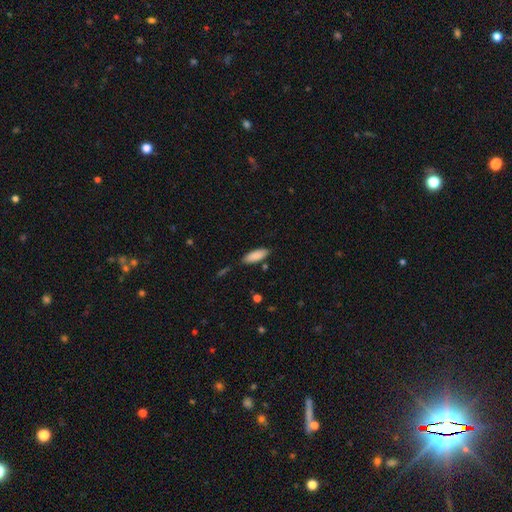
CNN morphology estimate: Smooth or featured: smooth — 88% (star or artifact — 6%)
How rounded: in between — 68% (cigar-shaped — 30%)
Merging: none — 81% (minor disturbance — 13%)